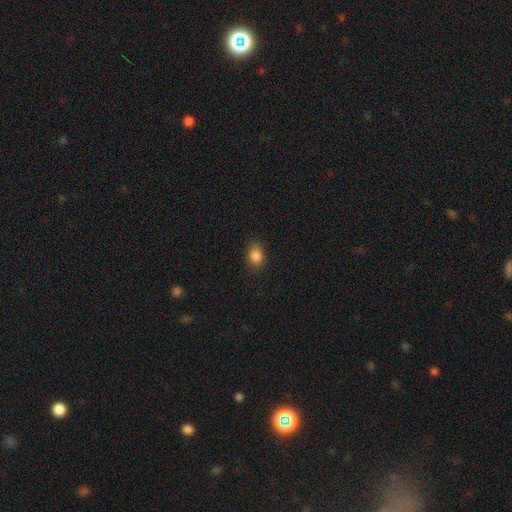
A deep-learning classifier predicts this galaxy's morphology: Q: Smooth or featured?
A: smooth (86%); runner-up: star or artifact (10%)
Q: How rounded?
A: in between (62%); runner-up: round (37%)
Q: Merging?
A: none (82%); runner-up: minor disturbance (14%)